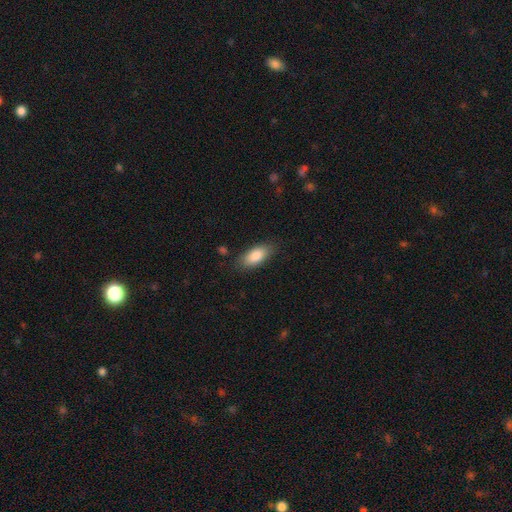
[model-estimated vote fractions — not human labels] Smooth or featured? smooth (85%)
How rounded? in between (86%)
Merging? none (82%)